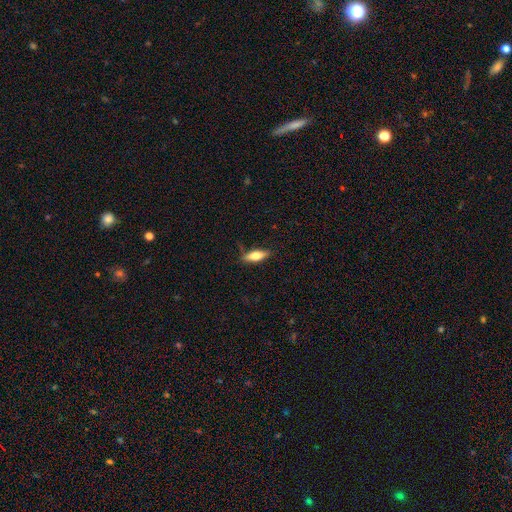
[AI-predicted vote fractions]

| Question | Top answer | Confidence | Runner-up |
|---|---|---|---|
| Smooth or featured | smooth | 64% | featured or disk (30%) |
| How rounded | in between | 56% | cigar-shaped (42%) |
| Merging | none | 79% | minor disturbance (16%) |